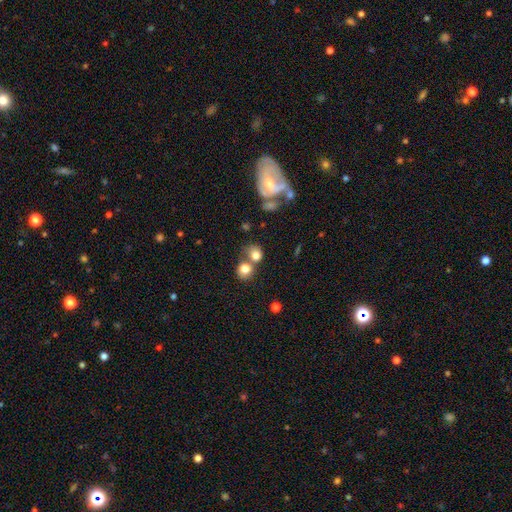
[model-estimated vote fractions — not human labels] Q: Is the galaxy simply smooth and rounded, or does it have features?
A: smooth — 77%.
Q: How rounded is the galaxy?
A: round — 74%.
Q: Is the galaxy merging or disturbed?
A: merger — 44%.